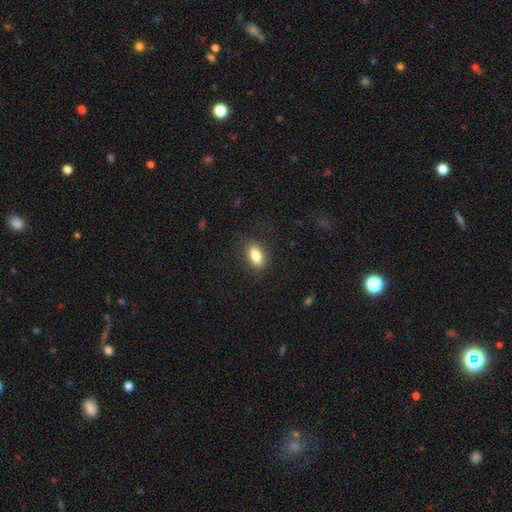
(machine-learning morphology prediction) smooth-or-featured: smooth: 83% | featured or disk: 9% | star or artifact: 8%
  how-rounded: in between: 86% | round: 8% | cigar-shaped: 6%
  merging: none: 84% | minor disturbance: 11% | major disturbance: 3% | merger: 1%